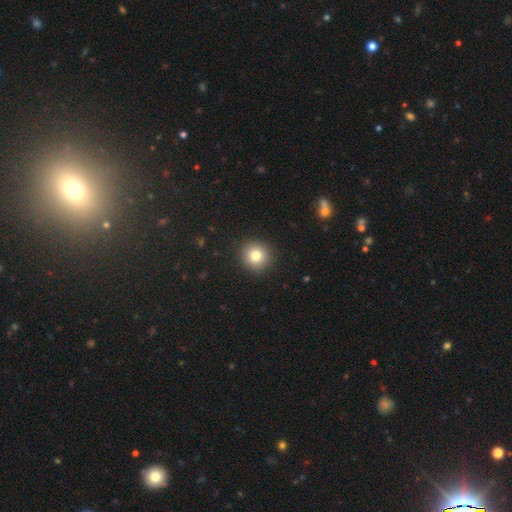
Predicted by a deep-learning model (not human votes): Overall: smooth (80%). How rounded: round (93%). Merging: none (92%).